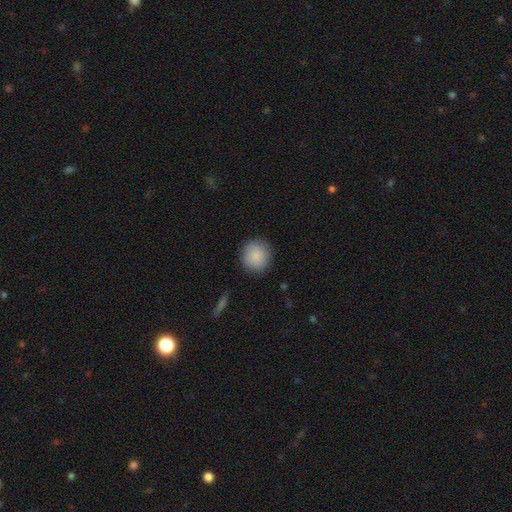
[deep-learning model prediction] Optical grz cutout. It shows a smooth galaxy with no disk features (88%) that is round (89%). Merging: none (88%).